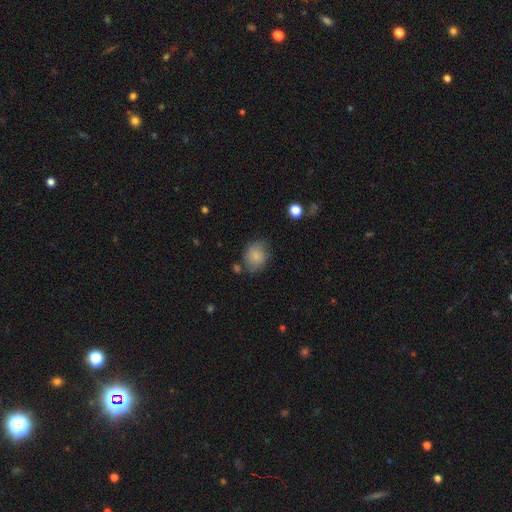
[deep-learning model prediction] This is clearly a smooth galaxy (82%). How rounded: possibly round (58%). Merging: likely none (67%).